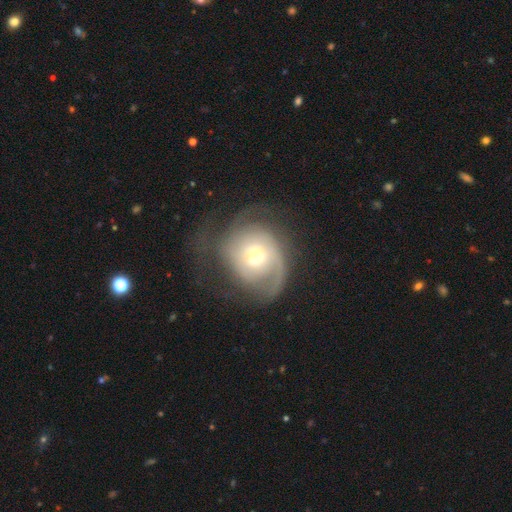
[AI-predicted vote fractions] Smooth or featured?
  - featured or disk: 64% *
  - smooth: 28%
  - star or artifact: 8%
Edge-on disk?
  - no: 96% *
  - yes: 4%
Bar?
  - no: 74% *
  - weak: 21%
  - strong: 5%
Spiral arms?
  - yes: 80% *
  - no: 20%
Bulge size?
  - moderate: 55% *
  - small: 35%
  - large: 7%
  - dominant: 2%
  - none: 1%
Merging?
  - none: 42% *
  - major disturbance: 36%
  - minor disturbance: 20%
  - merger: 2%